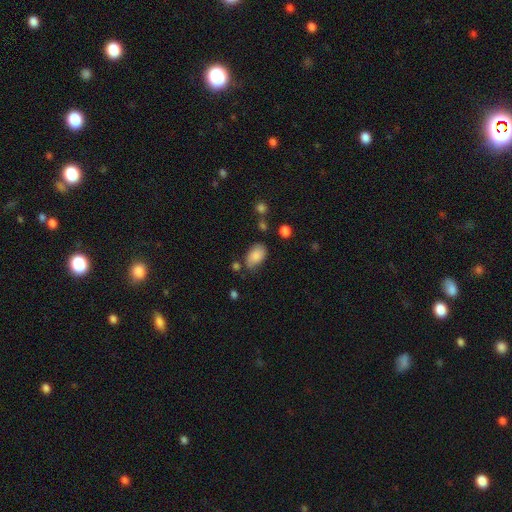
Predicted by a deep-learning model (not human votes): A smooth galaxy with no disk features (83%) that is in between round and cigar-shaped (90%). Merging: none (63%).